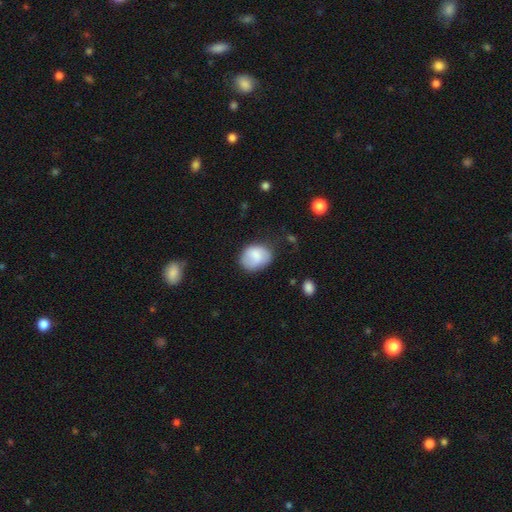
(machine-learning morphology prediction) This is likely a smooth galaxy (78%). How rounded: possibly in between (56%). Merging: likely none (68%).